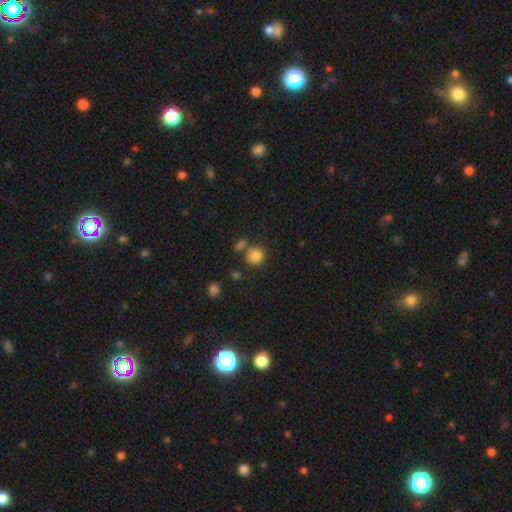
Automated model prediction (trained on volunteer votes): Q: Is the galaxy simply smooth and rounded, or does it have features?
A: smooth — 83%.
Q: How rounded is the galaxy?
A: round — 89%.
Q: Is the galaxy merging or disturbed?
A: none — 69%.